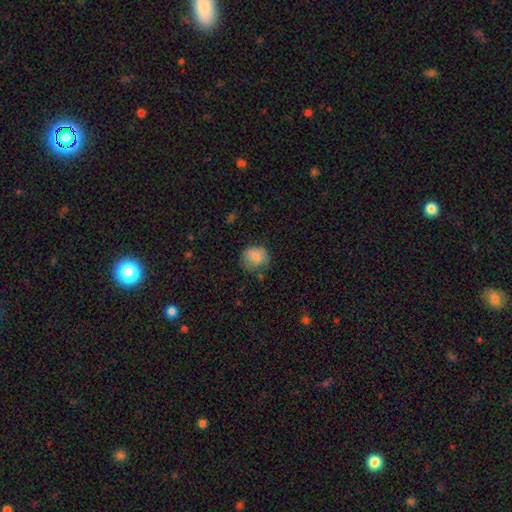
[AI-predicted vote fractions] smooth 79%, featured or disk 12%, star or artifact 9%. Down the decision tree: how rounded — round (76%); merging — none (62%).